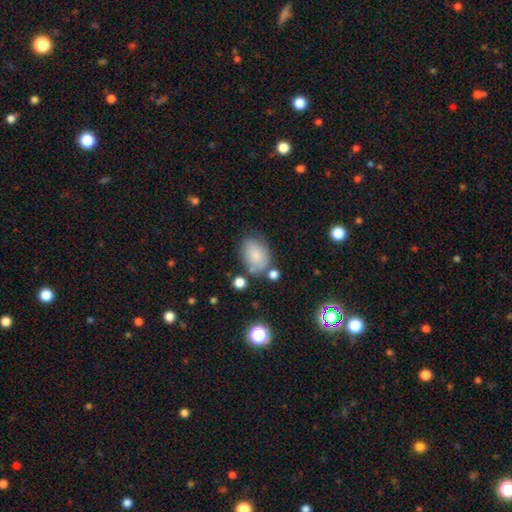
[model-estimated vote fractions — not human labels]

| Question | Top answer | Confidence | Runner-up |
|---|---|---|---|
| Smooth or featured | smooth | 81% | featured or disk (9%) |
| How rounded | in between | 82% | round (17%) |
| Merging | none | 63% | minor disturbance (22%) |